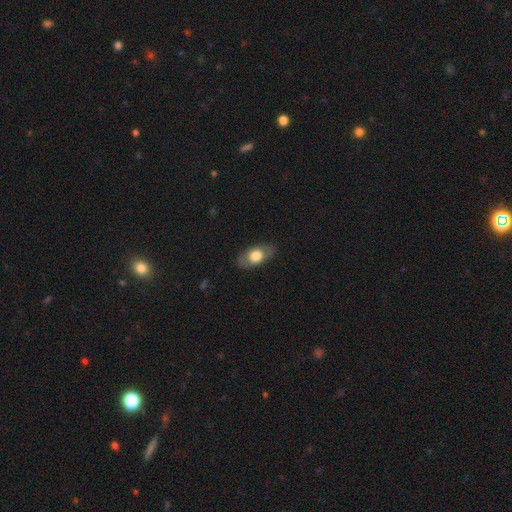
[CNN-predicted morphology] Smooth or featured? smooth (63%)
How rounded? in between (87%)
Merging? none (82%)